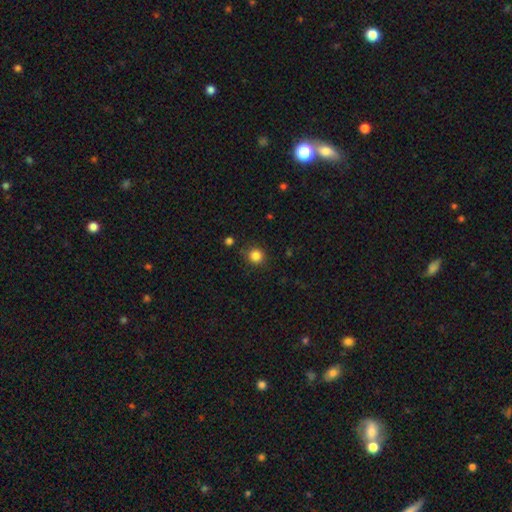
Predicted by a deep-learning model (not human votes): A smooth galaxy with no disk features (84%) that is round (89%).

Vote fractions:
- Smooth or featured? smooth: 84% / star or artifact: 12% / featured or disk: 4%
- How rounded? round: 89% / in between: 10% / cigar-shaped: 1%
- Merging? none: 84% / minor disturbance: 11% / major disturbance: 3% / merger: 2%